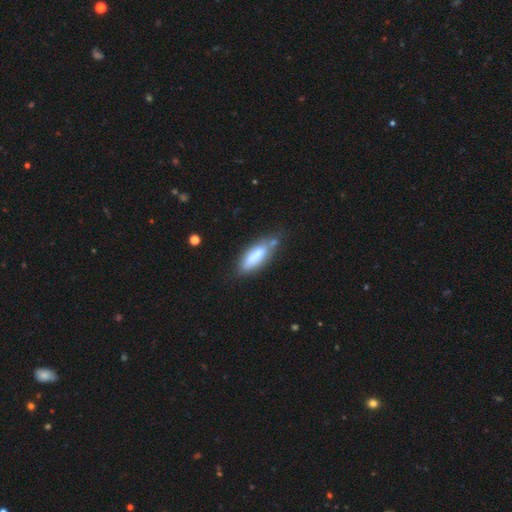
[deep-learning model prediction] This is likely a smooth galaxy (69%). How rounded: possibly in between (53%). Merging: possibly none (58%).